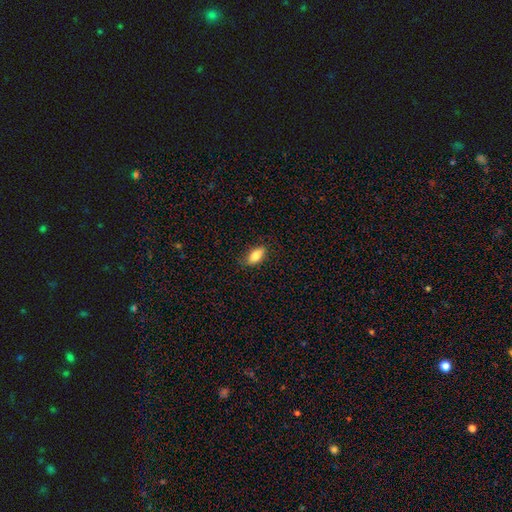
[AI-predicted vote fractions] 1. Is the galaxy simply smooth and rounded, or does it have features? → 82% smooth, 11% featured or disk, 7% star or artifact.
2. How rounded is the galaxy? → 85% in between, 11% cigar-shaped, 4% round.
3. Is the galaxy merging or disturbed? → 80% none, 16% minor disturbance, 3% major disturbance, 1% merger.